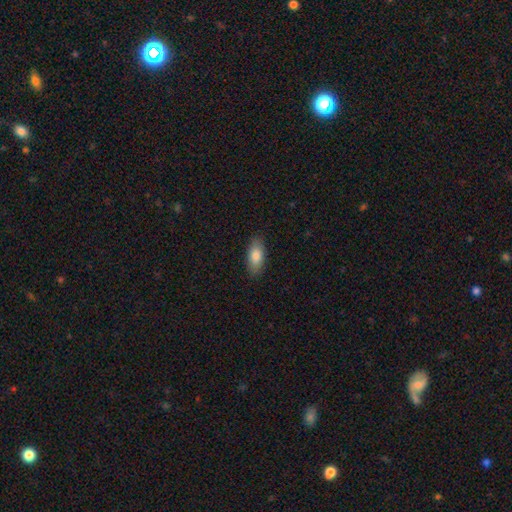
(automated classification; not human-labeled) This appears to be a smooth galaxy with no disk features (82%) that is in between round and cigar-shaped (86%). Merging: none (88%).